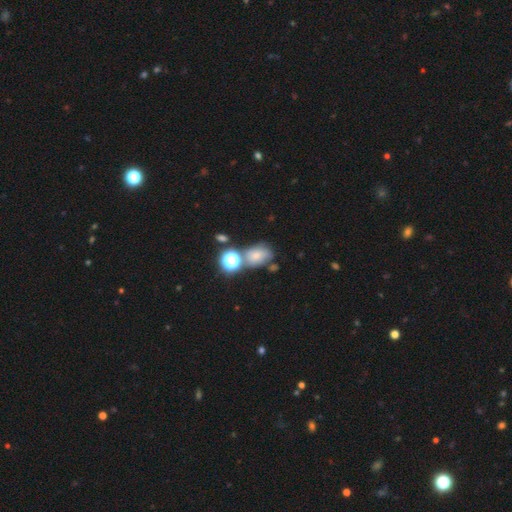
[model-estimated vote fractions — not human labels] A smooth galaxy with no disk features (60%) that is in between round and cigar-shaped (62%). Merging: none (46%).